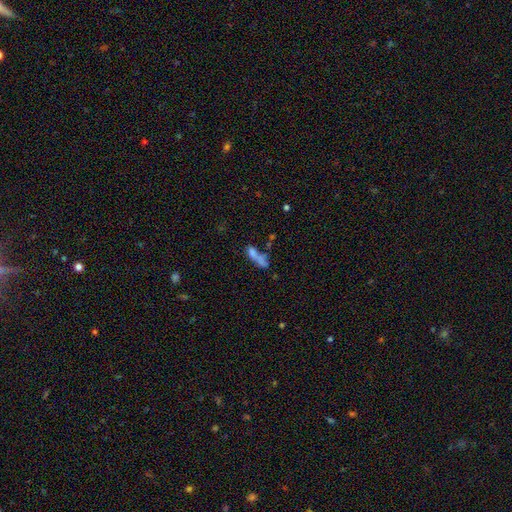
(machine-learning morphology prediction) A smooth galaxy with no disk features (63%) that is in between round and cigar-shaped (47%). Merging: merger (43%).